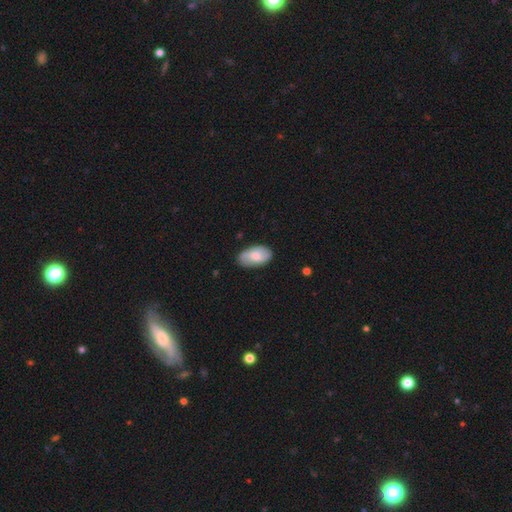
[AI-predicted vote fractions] smooth-or-featured: smooth: 67% | featured or disk: 27% | star or artifact: 6%
  how-rounded: in between: 94% | round: 4% | cigar-shaped: 2%
  merging: none: 75% | minor disturbance: 20% | major disturbance: 4% | merger: 1%